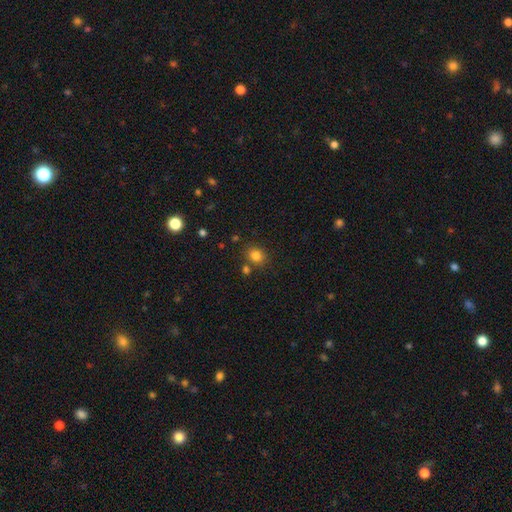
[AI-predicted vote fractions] Smooth or featured? smooth (81%)
How rounded? round (59%)
Merging? none (76%)